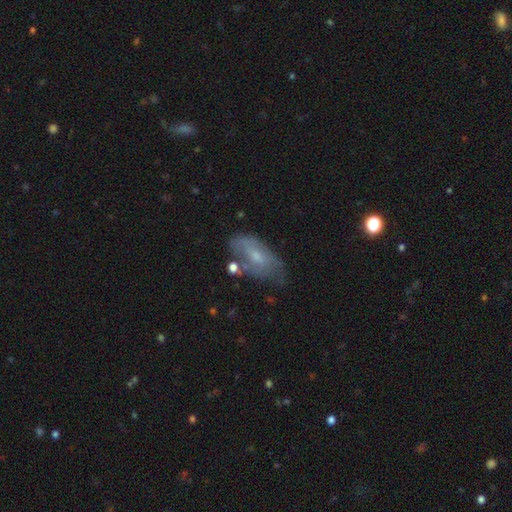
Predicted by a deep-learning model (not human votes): Overall: smooth (47%; featured or disk 44%). Merging: none (48%; minor disturbance 31%).